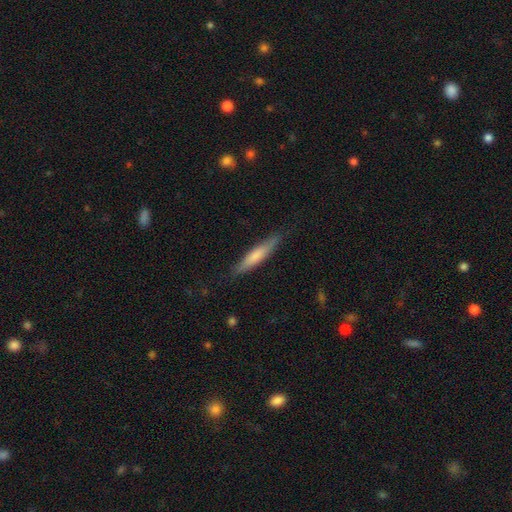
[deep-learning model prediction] The model was most divided on "smooth or featured": smooth: 68%, featured or disk: 27%, star or artifact: 5%. More confident: how rounded — cigar-shaped (89%); merging — none (84%).